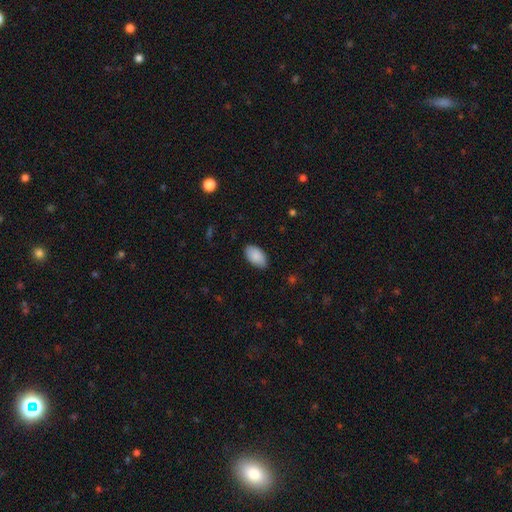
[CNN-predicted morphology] type=smooth (88%); roundness=in between (95%); merging=none (82%).